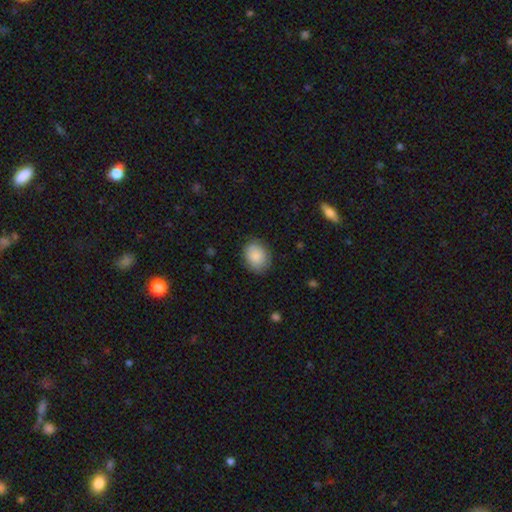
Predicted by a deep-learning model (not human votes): Smooth or featured? smooth (87%)
How rounded? round (50%)
Merging? none (82%)